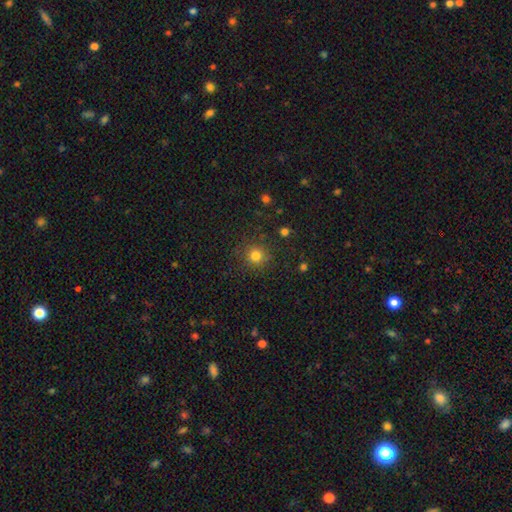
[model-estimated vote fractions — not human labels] Smooth or featured? Predicted: smooth (p=0.79). How rounded? Predicted: round (p=0.92). Merging? Predicted: none (p=0.85).